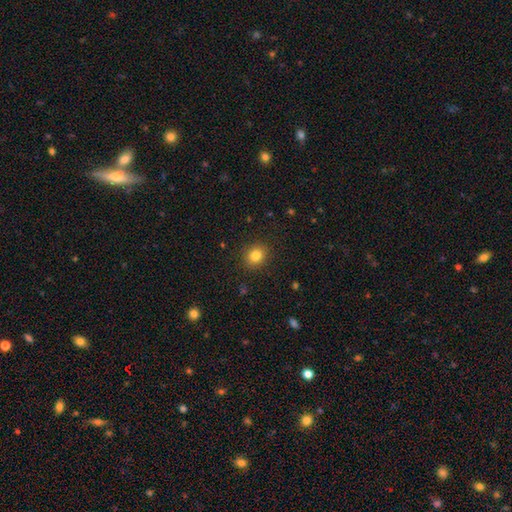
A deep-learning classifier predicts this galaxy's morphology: type=smooth (83%); roundness=round (69%); merging=none (89%).